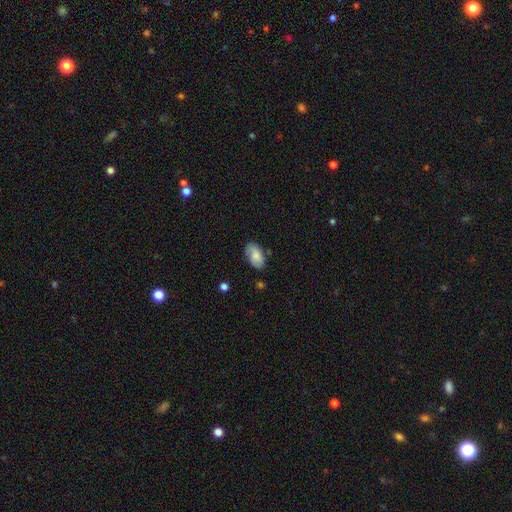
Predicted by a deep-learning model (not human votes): Smooth or featured? Predicted: smooth (p=0.68). How rounded? Predicted: in between (p=0.93). Merging? Predicted: none (p=0.72).